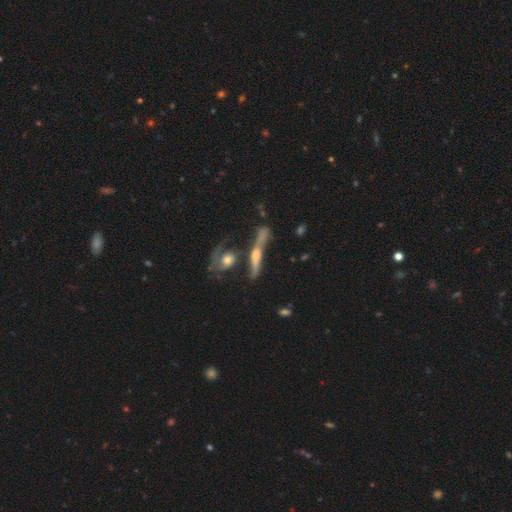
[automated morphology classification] A featured or disk galaxy (71%) viewed edge-on (75%) with a rounded central bulge (80%).

Vote fractions:
- Smooth or featured? featured or disk: 71% / smooth: 21% / star or artifact: 8%
- Edge-on disk? yes: 75% / no: 25%
- Edge-on bulge? rounded: 80% / none: 11% / boxy: 9%
- Merging? none: 41% / merger: 30% / minor disturbance: 17% / major disturbance: 12%